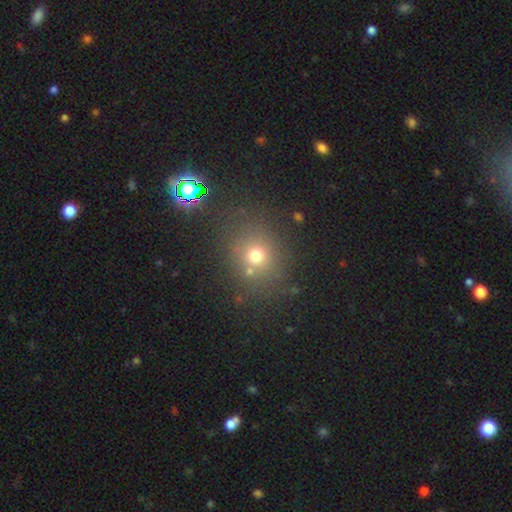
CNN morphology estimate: A smooth galaxy with no disk features (67%) that is round (75%).

Vote fractions:
- Smooth or featured? smooth: 67% / star or artifact: 23% / featured or disk: 11%
- How rounded? round: 75% / in between: 23% / cigar-shaped: 1%
- Merging? none: 75% / minor disturbance: 11% / merger: 8% / major disturbance: 6%